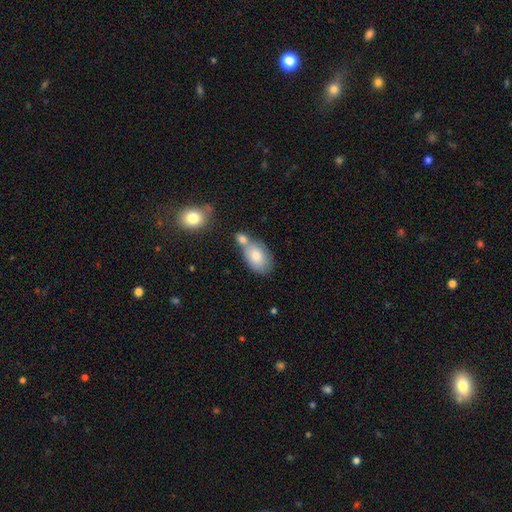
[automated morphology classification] The model was most divided on "merging": none: 42%, merger: 39%, minor disturbance: 14%, major disturbance: 5%. More confident: how rounded — in between (89%); smooth or featured — smooth (78%).